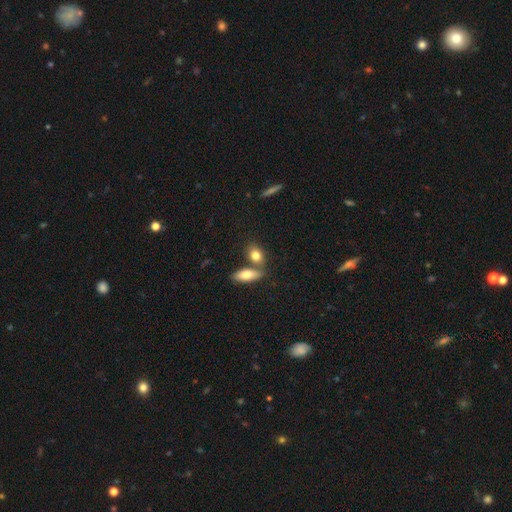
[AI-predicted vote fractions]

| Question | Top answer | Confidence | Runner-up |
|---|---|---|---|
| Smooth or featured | smooth | 80% | featured or disk (13%) |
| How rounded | in between | 74% | round (19%) |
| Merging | none | 52% | merger (34%) |